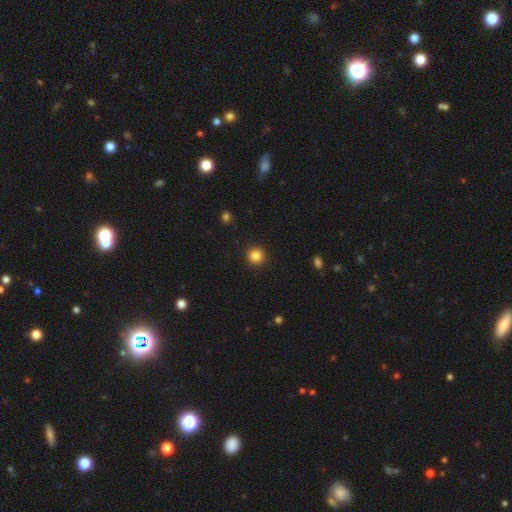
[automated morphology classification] Q: Smooth or featured?
A: smooth (84%); runner-up: star or artifact (11%)
Q: How rounded?
A: round (95%); runner-up: in between (4%)
Q: Merging?
A: none (92%); runner-up: minor disturbance (5%)